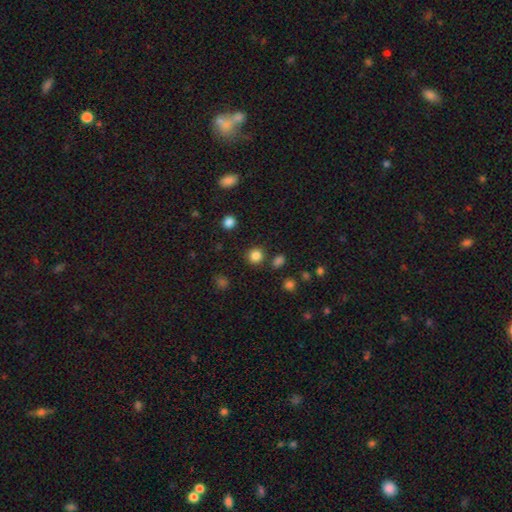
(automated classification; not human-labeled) Smooth or featured?
  - smooth: 84% *
  - star or artifact: 12%
  - featured or disk: 4%
How rounded?
  - round: 91% *
  - in between: 8%
  - cigar-shaped: 1%
Merging?
  - none: 86% *
  - minor disturbance: 6%
  - merger: 5%
  - major disturbance: 3%